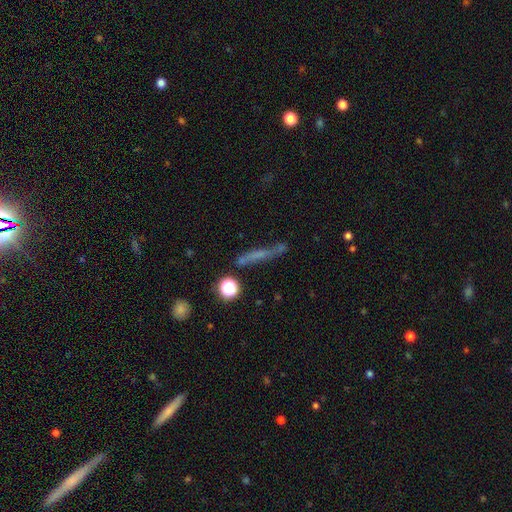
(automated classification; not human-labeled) smooth-or-featured: smooth: 45% | featured or disk: 37% | star or artifact: 18%
  merging: none: 65% | minor disturbance: 19% | major disturbance: 9% | merger: 7%